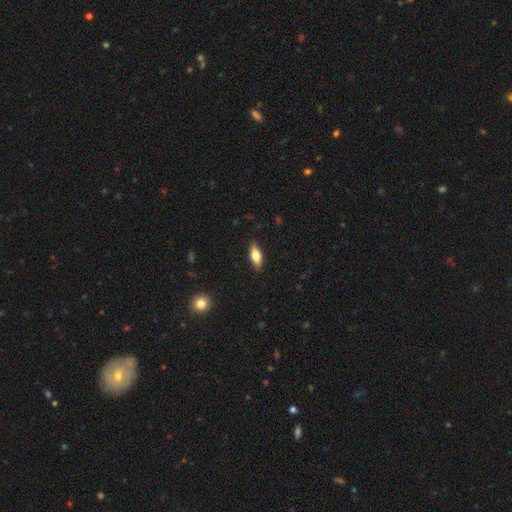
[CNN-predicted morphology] smooth-or-featured: smooth: 71% | featured or disk: 22% | star or artifact: 7%
  how-rounded: in between: 78% | cigar-shaped: 19% | round: 3%
  merging: none: 87% | minor disturbance: 9% | major disturbance: 2% | merger: 1%